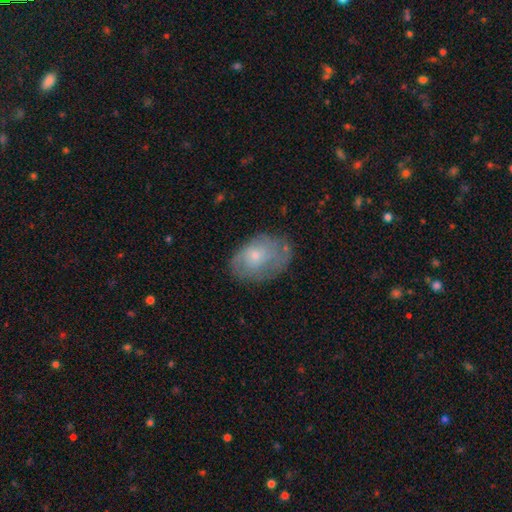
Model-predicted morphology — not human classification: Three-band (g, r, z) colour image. It shows a smooth galaxy with no disk features (48%). Merging: none (63%).